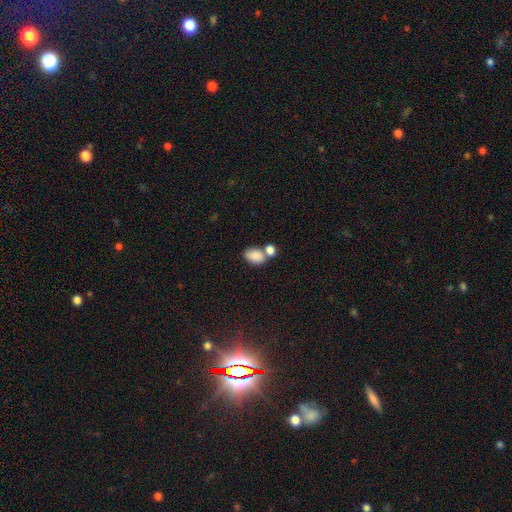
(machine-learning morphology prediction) Smooth or featured? smooth (84%)
How rounded? in between (84%)
Merging? none (42%)